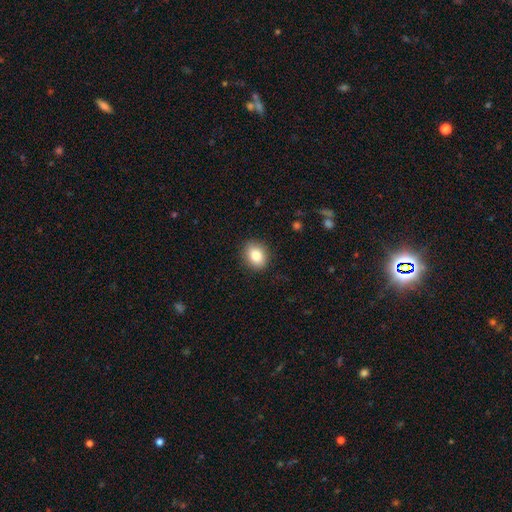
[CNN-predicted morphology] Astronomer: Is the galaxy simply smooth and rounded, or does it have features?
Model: smooth — 84%.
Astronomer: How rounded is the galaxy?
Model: in between — 53% (runner-up: round, 46%).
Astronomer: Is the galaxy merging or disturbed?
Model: none — 88%.